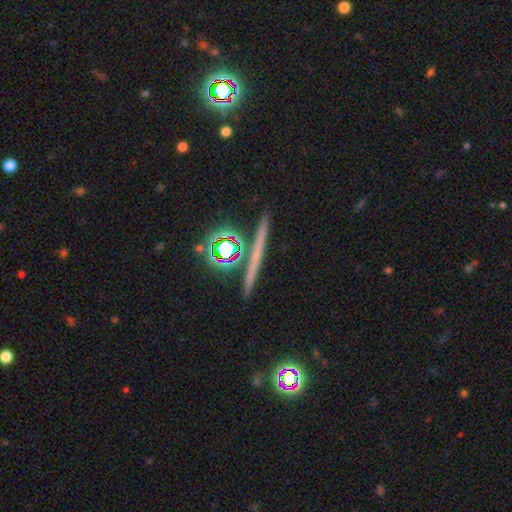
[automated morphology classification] This is marginally a star or artifact rather than a galaxy (43%).